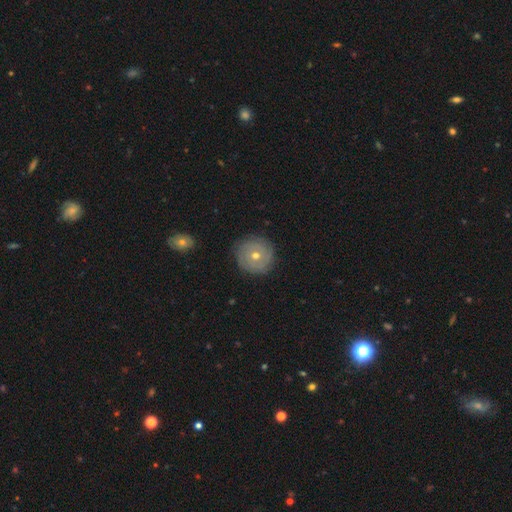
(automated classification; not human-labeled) smooth_or_featured: featured or disk (p=0.58) [alt: smooth p=0.33]
disk_edge_on: no (p=0.96) [alt: yes p=0.04]
bar: no (p=0.84) [alt: weak p=0.12]
has_spiral_arms: yes (p=0.64) [alt: no p=0.36]
bulge_size: moderate (p=0.56) [alt: small p=0.41]
merging: none (p=0.87) [alt: minor disturbance p=0.09]